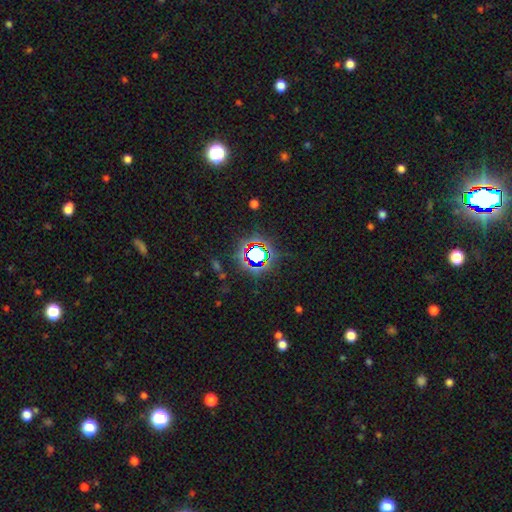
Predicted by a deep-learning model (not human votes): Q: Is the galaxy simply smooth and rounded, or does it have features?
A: star or artifact — 70%.